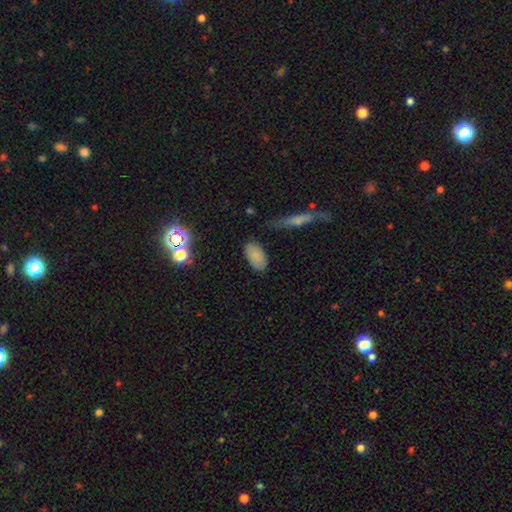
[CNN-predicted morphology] Q: Smooth or featured?
A: smooth (84%); runner-up: star or artifact (9%)
Q: How rounded?
A: in between (94%); runner-up: round (3%)
Q: Merging?
A: none (79%); runner-up: minor disturbance (15%)